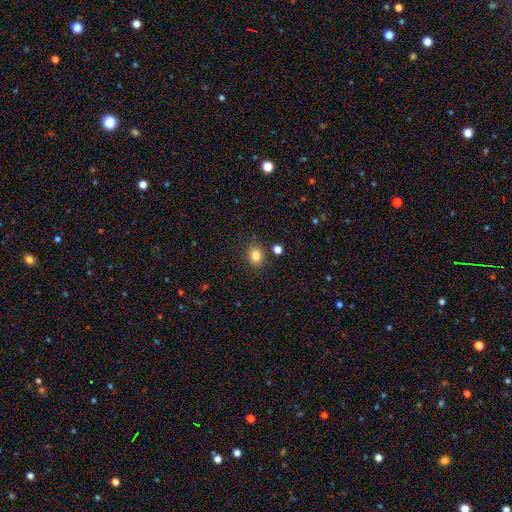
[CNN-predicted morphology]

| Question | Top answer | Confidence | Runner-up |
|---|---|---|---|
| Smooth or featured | smooth | 81% | star or artifact (11%) |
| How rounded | round | 50% | in between (49%) |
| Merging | none | 81% | minor disturbance (11%) |